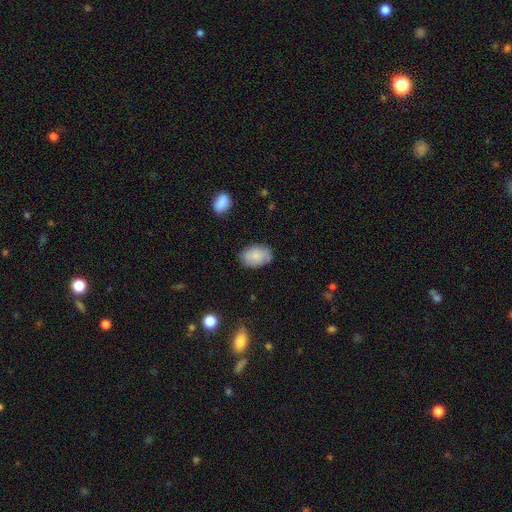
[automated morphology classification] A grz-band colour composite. It shows a smooth galaxy with no disk features (80%) that is in between round and cigar-shaped (89%). Merging: none (79%).